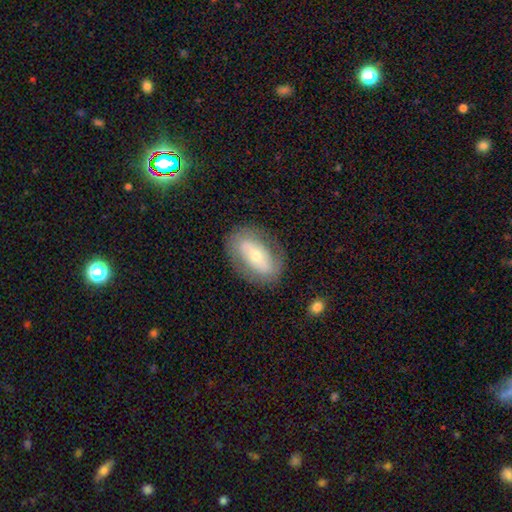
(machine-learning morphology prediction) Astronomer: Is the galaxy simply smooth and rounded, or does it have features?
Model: featured or disk — 54% (runner-up: smooth, 40%).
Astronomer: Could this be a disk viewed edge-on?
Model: no — 88%.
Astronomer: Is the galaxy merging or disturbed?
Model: none — 80%.